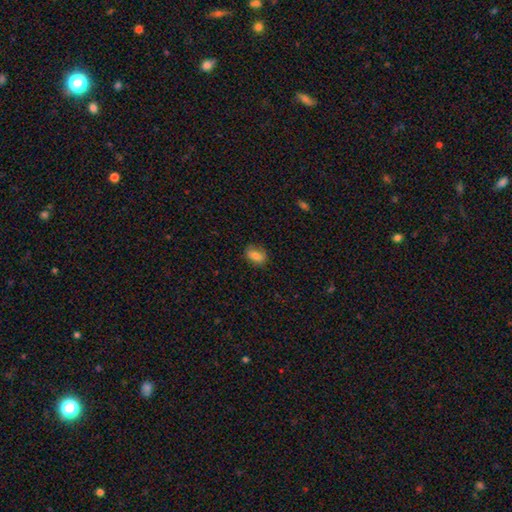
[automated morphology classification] Q: Smooth or featured?
A: smooth (79%); runner-up: featured or disk (12%)
Q: How rounded?
A: in between (80%); runner-up: round (17%)
Q: Merging?
A: none (76%); runner-up: minor disturbance (18%)